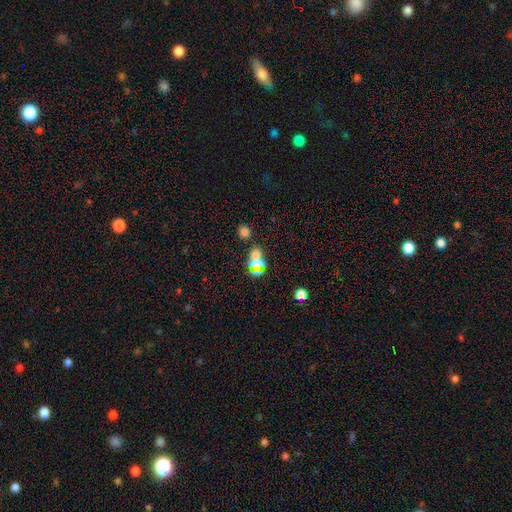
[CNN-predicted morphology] type=smooth (54%); roundness=round (50%); merging=none (48%).